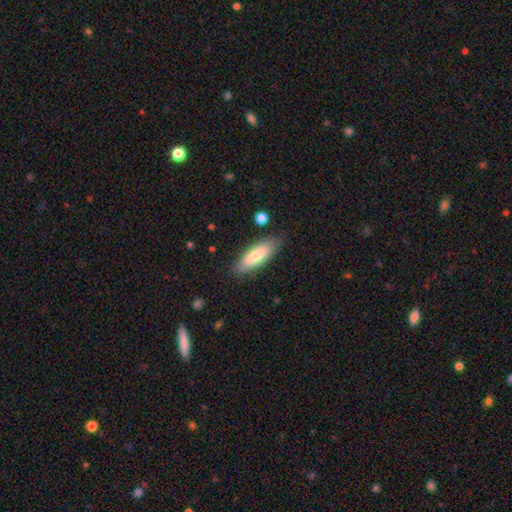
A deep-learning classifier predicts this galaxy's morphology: Smooth or featured: smooth — 75% (featured or disk — 19%)
How rounded: in between — 55% (cigar-shaped — 43%)
Merging: none — 84% (minor disturbance — 12%)